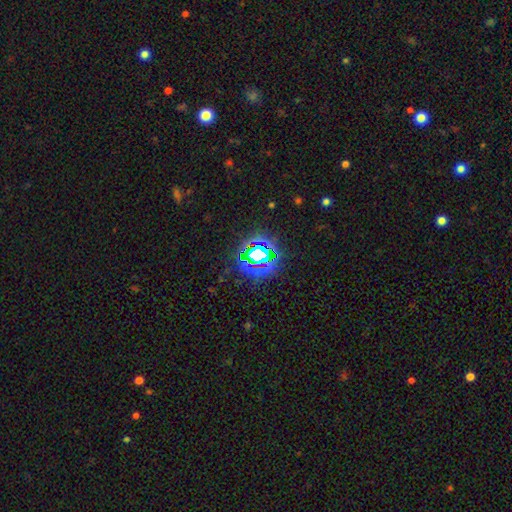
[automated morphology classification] Smooth or featured? star or artifact (71%)